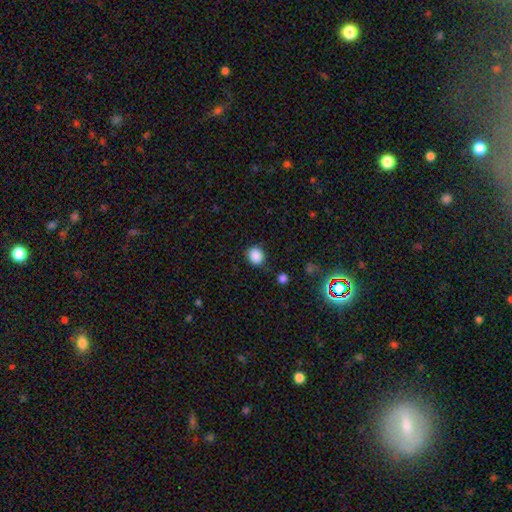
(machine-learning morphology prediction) Q: Smooth or featured?
A: smooth (87%); runner-up: star or artifact (10%)
Q: How rounded?
A: round (71%); runner-up: in between (28%)
Q: Merging?
A: none (81%); runner-up: minor disturbance (13%)